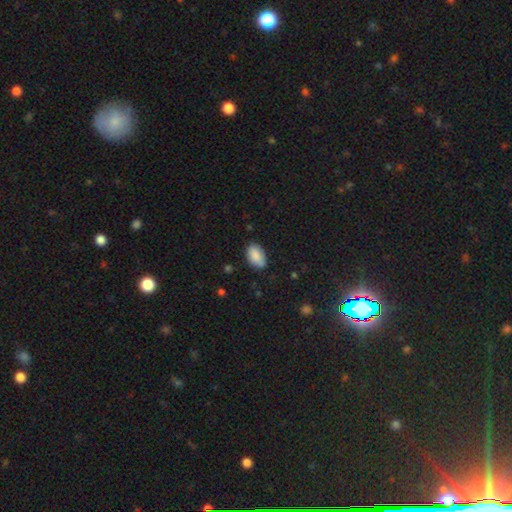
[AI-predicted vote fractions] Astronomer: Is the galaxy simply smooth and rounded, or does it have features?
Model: smooth — 87%.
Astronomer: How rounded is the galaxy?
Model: in between — 93%.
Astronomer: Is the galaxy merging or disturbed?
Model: none — 78%.